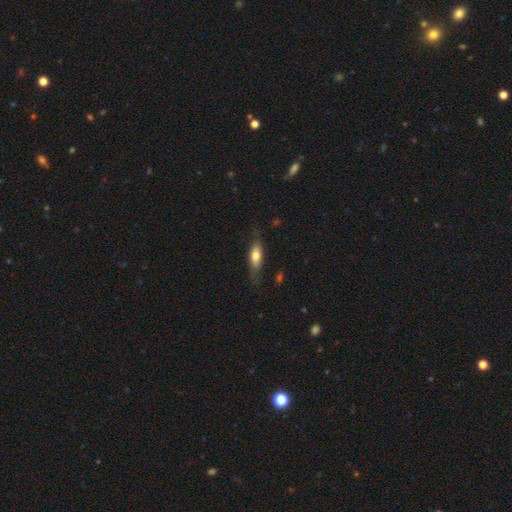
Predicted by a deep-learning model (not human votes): Smooth or featured? Predicted: smooth (p=0.68). How rounded? Predicted: in between (p=0.59). Merging? Predicted: none (p=0.68).